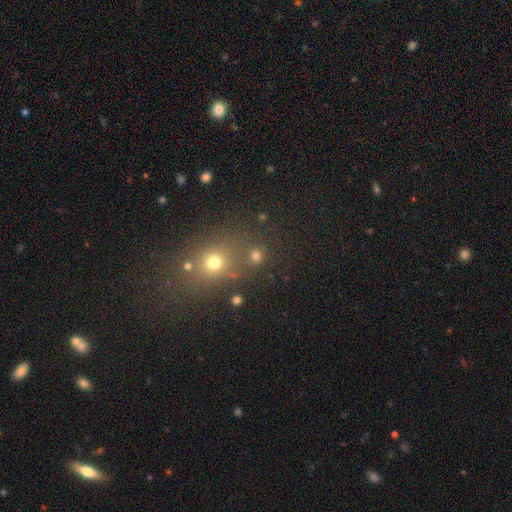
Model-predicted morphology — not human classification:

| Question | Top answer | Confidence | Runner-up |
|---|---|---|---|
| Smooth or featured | smooth | 58% | star or artifact (32%) |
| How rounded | round | 77% | in between (21%) |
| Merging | none | 68% | merger (18%) |